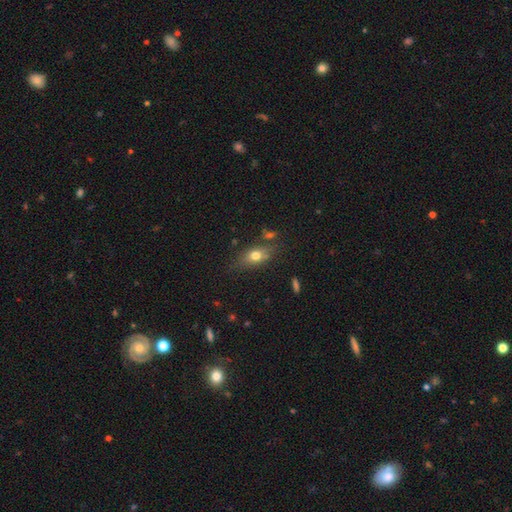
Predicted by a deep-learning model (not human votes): Overall: smooth (67%). How rounded: in between (69%). Merging: none (68%).